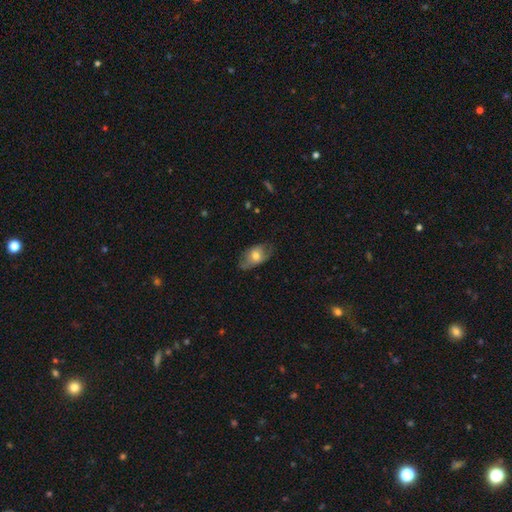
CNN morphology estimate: Smooth or featured?
  - smooth: 60% *
  - featured or disk: 33%
  - star or artifact: 7%
How rounded?
  - in between: 88% *
  - round: 9%
  - cigar-shaped: 3%
Merging?
  - none: 60% *
  - minor disturbance: 28%
  - major disturbance: 10%
  - merger: 1%